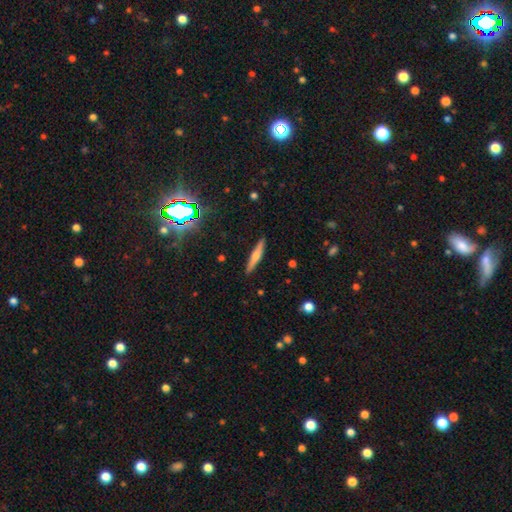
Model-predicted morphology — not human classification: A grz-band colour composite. It shows a featured or disk galaxy (50%). Merging: none (91%).